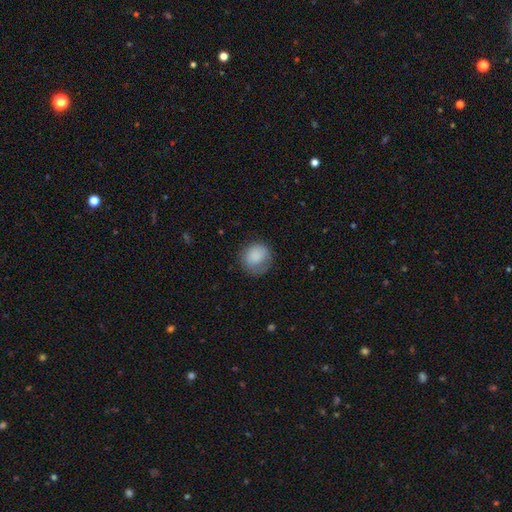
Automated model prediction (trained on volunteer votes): Overall: smooth (83%). How rounded: round (83%). Merging: none (66%).